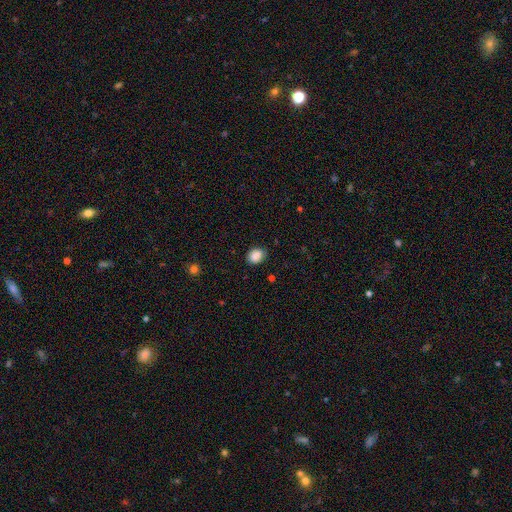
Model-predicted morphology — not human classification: A smooth galaxy with no disk features (88%) that is in between round and cigar-shaped (58%). Merging: none (84%).